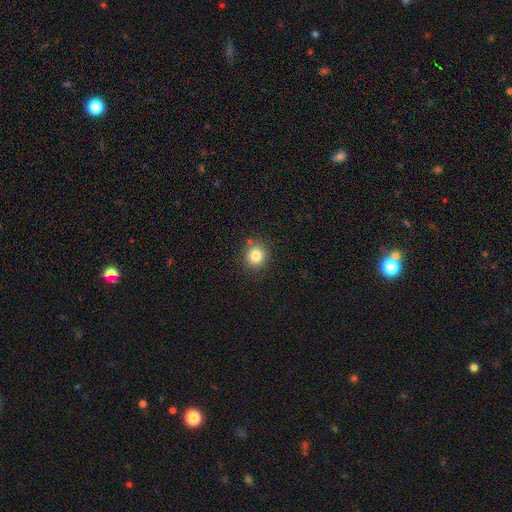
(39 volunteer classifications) This is clearly a smooth galaxy (92%). How rounded: clearly round (97%). Merging: clearly none (97%).